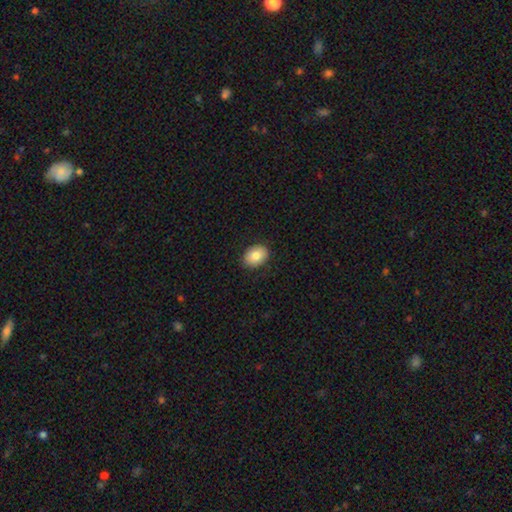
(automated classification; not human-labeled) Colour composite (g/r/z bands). It shows a smooth galaxy with no disk features (83%) that is in between round and cigar-shaped (70%). Merging: none (88%).